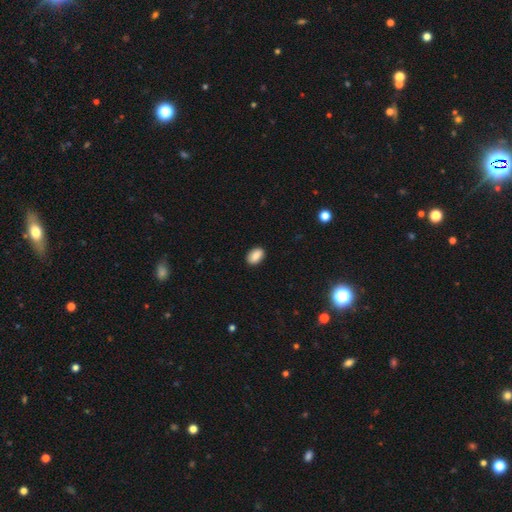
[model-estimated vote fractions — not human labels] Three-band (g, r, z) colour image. It shows a smooth galaxy with no disk features (88%) that is in between round and cigar-shaped (89%). Merging: none (89%).